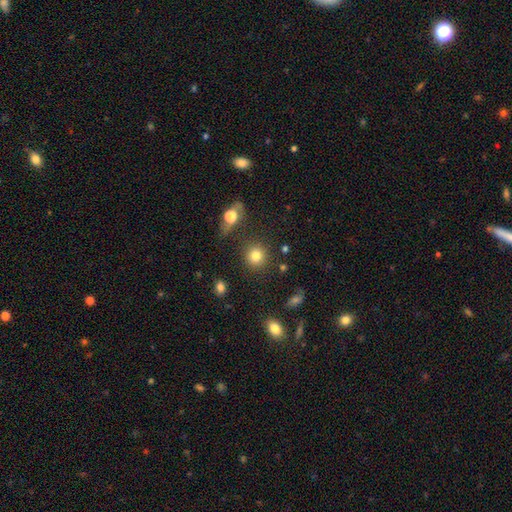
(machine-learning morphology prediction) Smooth or featured? smooth (82%)
How rounded? round (89%)
Merging? none (86%)